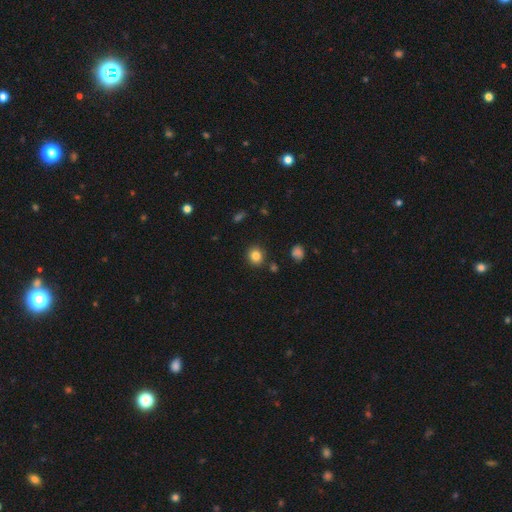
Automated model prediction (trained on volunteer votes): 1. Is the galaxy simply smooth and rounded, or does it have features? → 84% smooth, 11% star or artifact, 5% featured or disk.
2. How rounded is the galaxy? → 81% round, 18% in between, 1% cigar-shaped.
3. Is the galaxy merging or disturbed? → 87% none, 8% minor disturbance, 3% merger, 2% major disturbance.